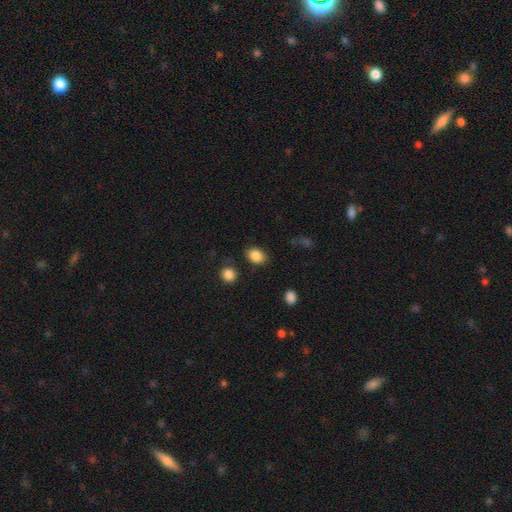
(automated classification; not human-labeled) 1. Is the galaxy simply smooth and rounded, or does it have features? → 86% smooth, 9% star or artifact, 5% featured or disk.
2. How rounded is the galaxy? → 63% in between, 36% round, 1% cigar-shaped.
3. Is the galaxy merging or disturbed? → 81% none, 12% minor disturbance, 4% merger, 4% major disturbance.